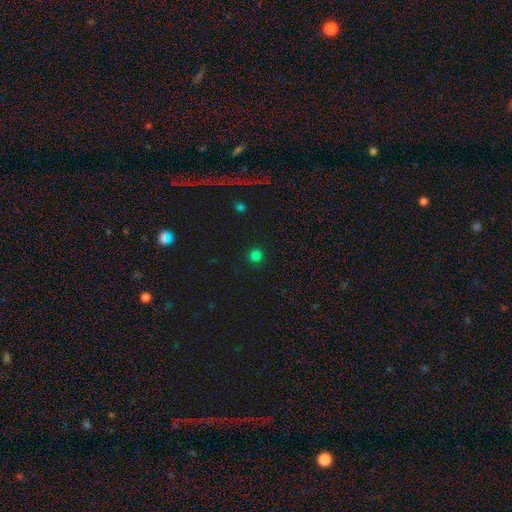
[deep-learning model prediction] A smooth galaxy with no disk features (80%) that is round (95%).

Vote fractions:
- Smooth or featured? smooth: 80% / star or artifact: 16% / featured or disk: 4%
- How rounded? round: 95% / in between: 4% / cigar-shaped: 1%
- Merging? none: 92% / minor disturbance: 5% / major disturbance: 2% / merger: 1%